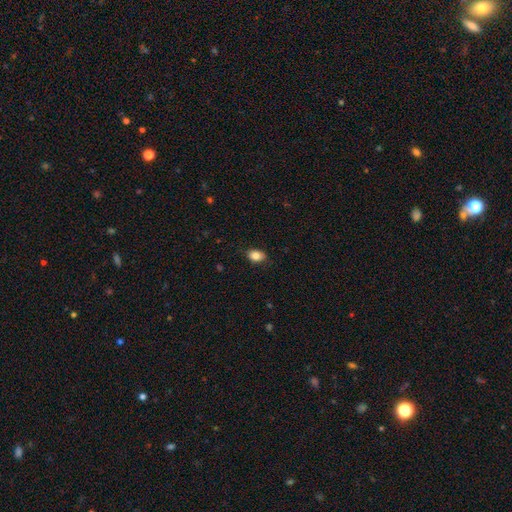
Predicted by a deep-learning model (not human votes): Overall: smooth (85%). How rounded: in between (79%). Merging: none (83%).